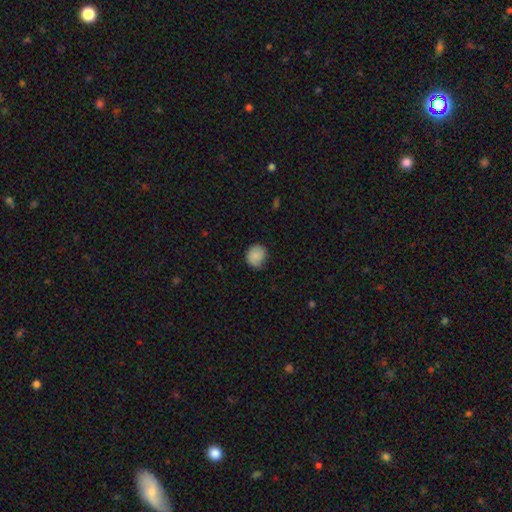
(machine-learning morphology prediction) Smooth or featured?
  - smooth: 85% *
  - star or artifact: 8%
  - featured or disk: 7%
How rounded?
  - round: 81% *
  - in between: 18%
  - cigar-shaped: 1%
Merging?
  - none: 73% *
  - minor disturbance: 22%
  - major disturbance: 4%
  - merger: 1%